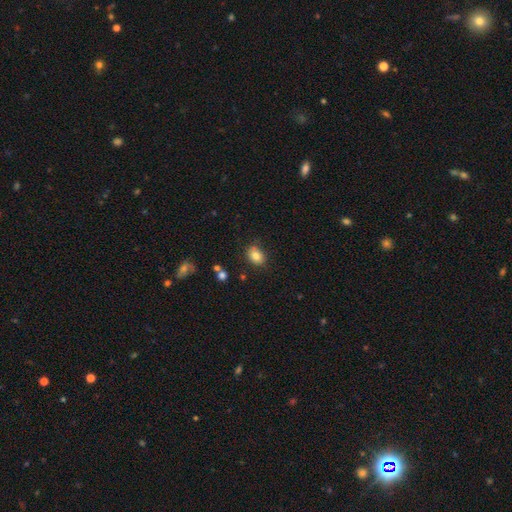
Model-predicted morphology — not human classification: smooth 84%, star or artifact 10%, featured or disk 6%. Down the decision tree: how rounded — in between (64%); merging — none (74%).